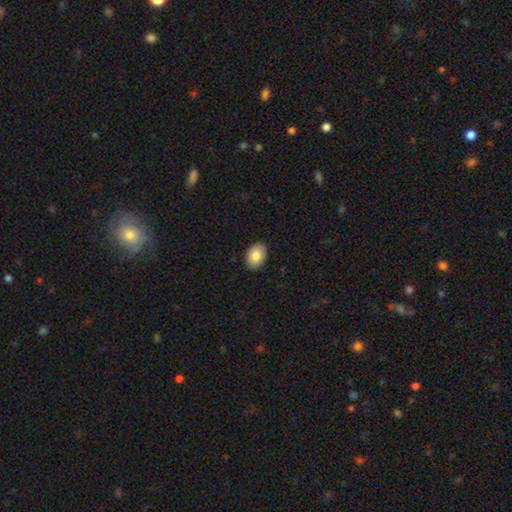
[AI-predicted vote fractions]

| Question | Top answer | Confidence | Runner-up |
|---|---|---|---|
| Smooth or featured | smooth | 84% | featured or disk (9%) |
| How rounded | in between | 83% | round (16%) |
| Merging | none | 89% | minor disturbance (9%) |